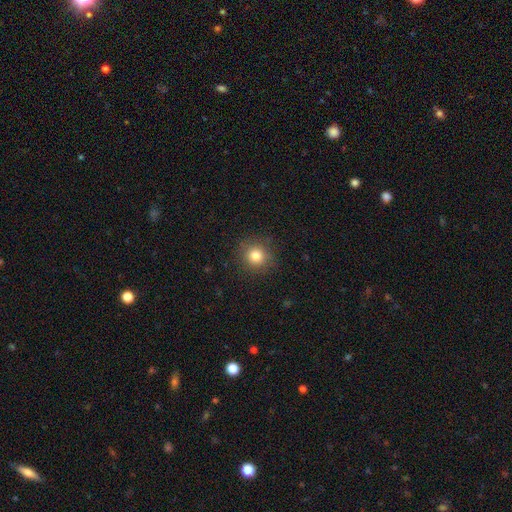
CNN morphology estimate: This appears to be a smooth galaxy with no disk features (81%) that is round (91%). Merging: none (89%).